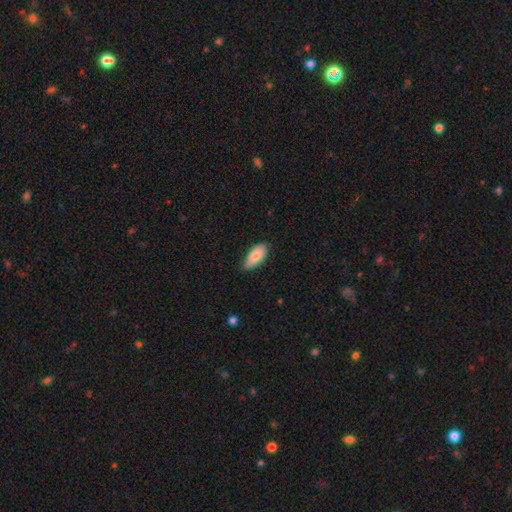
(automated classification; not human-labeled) Overall: smooth (82%). How rounded: in between (91%). Merging: none (69%).